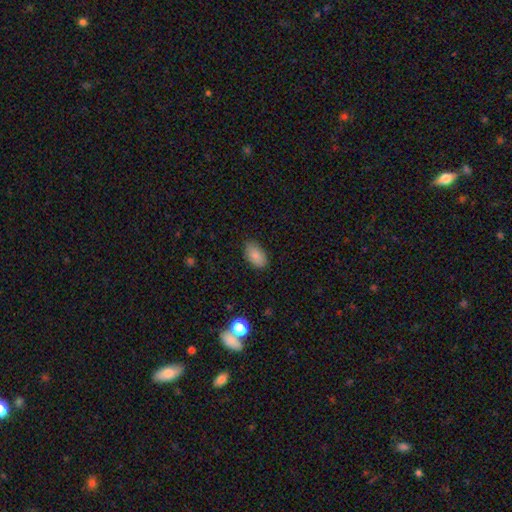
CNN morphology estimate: Smooth or featured?
  - smooth: 86% *
  - star or artifact: 7%
  - featured or disk: 6%
How rounded?
  - in between: 93% *
  - round: 5%
  - cigar-shaped: 2%
Merging?
  - none: 83% *
  - minor disturbance: 13%
  - major disturbance: 3%
  - merger: 1%